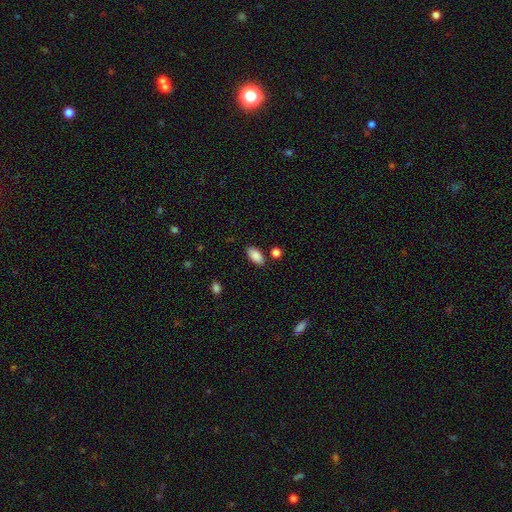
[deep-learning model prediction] A smooth galaxy with no disk features (88%) that is in between round and cigar-shaped (93%). Merging: none (82%).